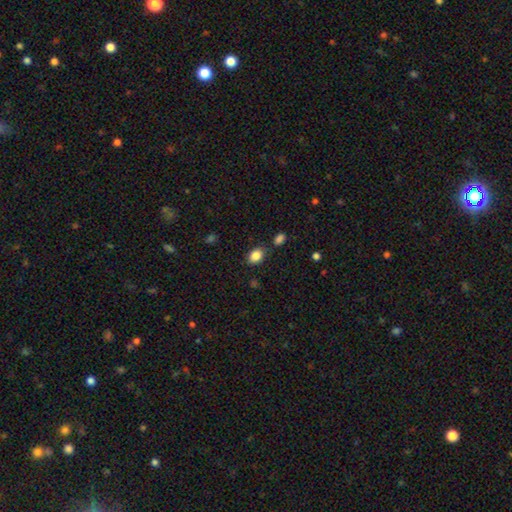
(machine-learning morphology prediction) This appears to be a smooth galaxy with no disk features (86%) that is in between round and cigar-shaped (71%). Merging: none (78%).